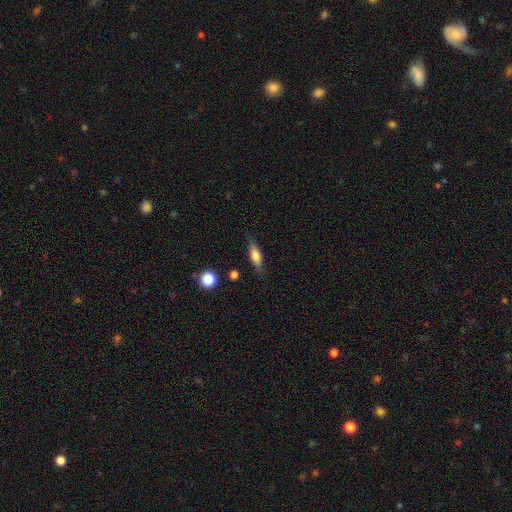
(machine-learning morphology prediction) The model was most divided on "how rounded": cigar-shaped: 49%, in between: 47%, round: 4%. More confident: merging — none (81%); smooth or featured — smooth (60%).